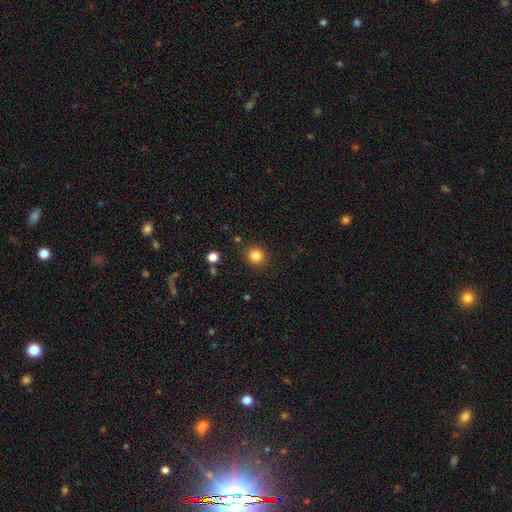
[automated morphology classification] smooth 84%, star or artifact 12%, featured or disk 5%. Down the decision tree: how rounded — round (87%); merging — none (88%).